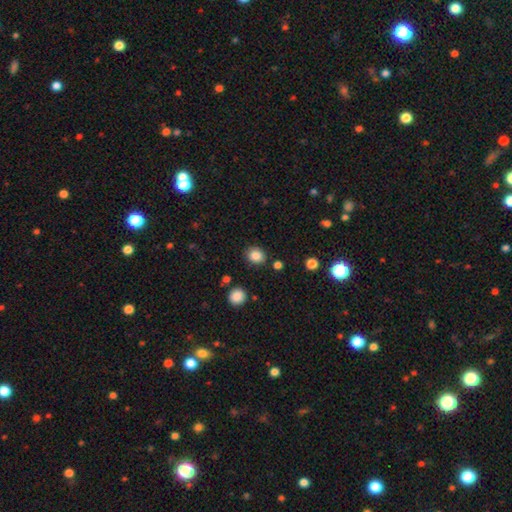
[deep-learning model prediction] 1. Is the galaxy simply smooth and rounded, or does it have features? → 85% smooth, 10% star or artifact, 5% featured or disk.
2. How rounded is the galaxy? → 66% round, 33% in between, 1% cigar-shaped.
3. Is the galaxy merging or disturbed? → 85% none, 9% minor disturbance, 3% merger, 3% major disturbance.